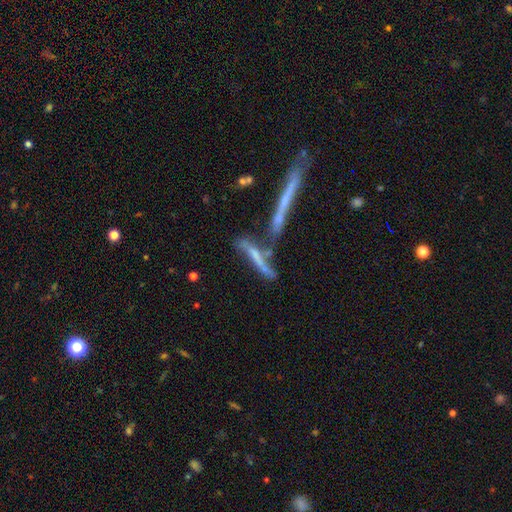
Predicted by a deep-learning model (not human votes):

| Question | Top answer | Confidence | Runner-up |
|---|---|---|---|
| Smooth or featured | featured or disk | 53% | smooth (35%) |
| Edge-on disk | yes | 69% | no (31%) |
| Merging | merger | 47% | none (31%) |